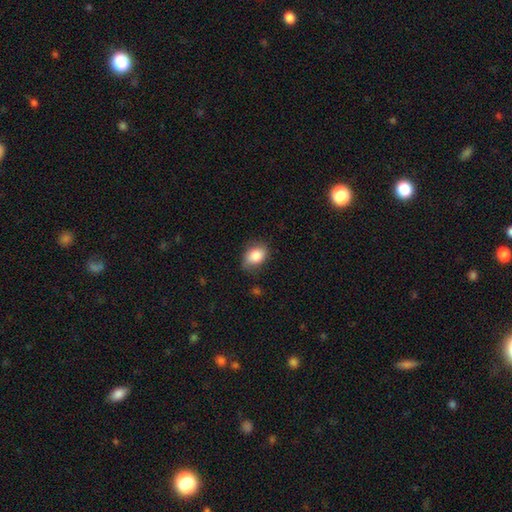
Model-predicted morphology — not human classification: Smooth or featured?
  - smooth: 82% *
  - featured or disk: 10%
  - star or artifact: 8%
How rounded?
  - in between: 73% *
  - round: 26%
  - cigar-shaped: 1%
Merging?
  - none: 67% *
  - minor disturbance: 26%
  - major disturbance: 6%
  - merger: 2%